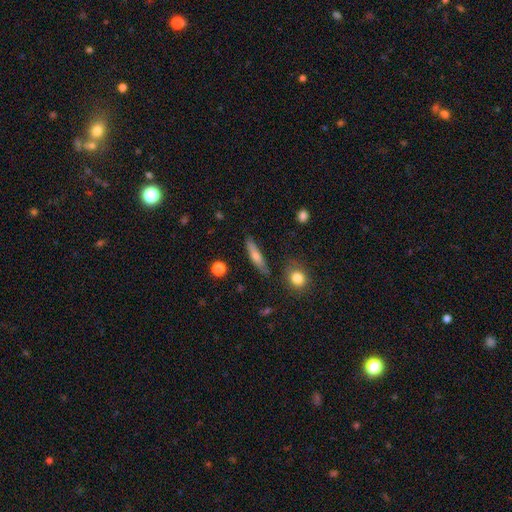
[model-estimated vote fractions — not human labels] Overall: smooth (65%; featured or disk 28%). How rounded: cigar-shaped (77%). Merging: none (82%).